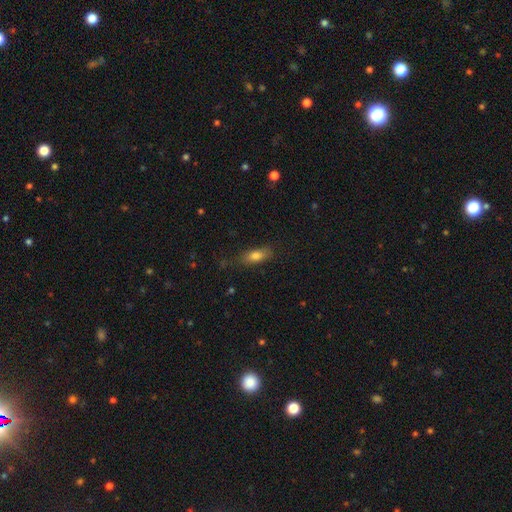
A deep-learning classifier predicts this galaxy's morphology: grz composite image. It shows a smooth galaxy with no disk features (79%) that is in between round and cigar-shaped (76%). Merging: none (77%).